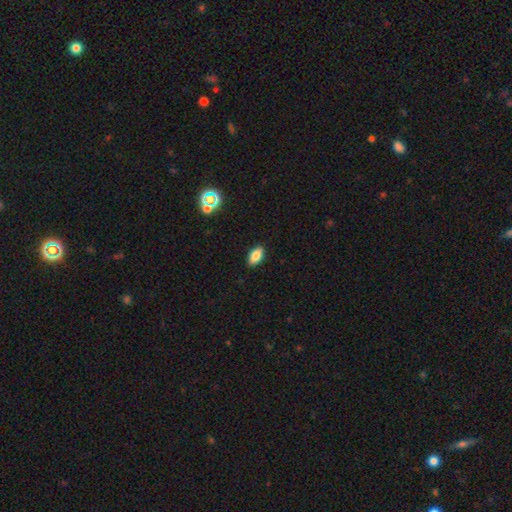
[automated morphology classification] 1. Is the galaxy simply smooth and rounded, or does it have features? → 81% smooth, 10% star or artifact, 9% featured or disk.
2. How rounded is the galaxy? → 91% in between, 5% cigar-shaped, 4% round.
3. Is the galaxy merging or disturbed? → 89% none, 8% minor disturbance, 2% major disturbance, 1% merger.